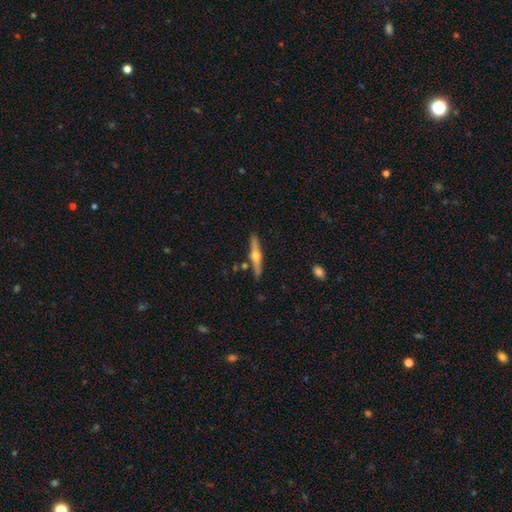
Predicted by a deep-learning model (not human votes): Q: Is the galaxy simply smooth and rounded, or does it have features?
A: featured or disk — 65%.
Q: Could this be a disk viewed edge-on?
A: yes — 96%.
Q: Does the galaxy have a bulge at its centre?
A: rounded — 94%.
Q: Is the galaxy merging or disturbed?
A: none — 86%.